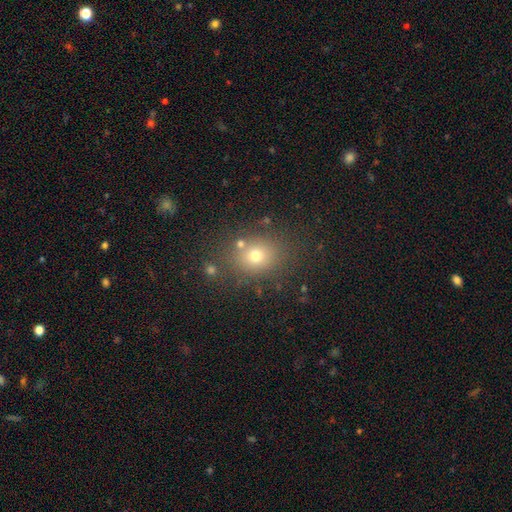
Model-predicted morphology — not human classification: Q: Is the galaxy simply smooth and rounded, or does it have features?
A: smooth — 69%.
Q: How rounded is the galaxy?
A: round — 60%.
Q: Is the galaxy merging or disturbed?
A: none — 78%.